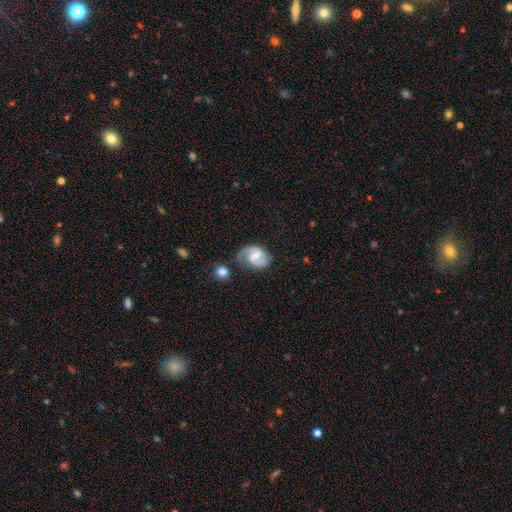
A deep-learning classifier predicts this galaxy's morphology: A featured or disk galaxy (82%) with a weak bar (55%), 2 (88%) medium (53%) spiral arms (96%) and a small central bulge (41%).

Vote fractions:
- Smooth or featured? featured or disk: 82% / smooth: 12% / star or artifact: 5%
- Edge-on disk? no: 98% / yes: 2%
- Bar? weak: 55% / strong: 26% / no: 19%
- Spiral arms? yes: 96% / no: 4%
- Spiral winding? medium: 53% / tight: 28% / loose: 19%
- Spiral arm count? 2: 88% / 1: 4% / can't tell: 4% / 3: 1% / 4: 1% / more than 4: 1%
- Bulge size? small: 41% / moderate: 38% / none: 14% / large: 5% / dominant: 1%
- Merging? none: 70% / minor disturbance: 19% / major disturbance: 7% / merger: 4%